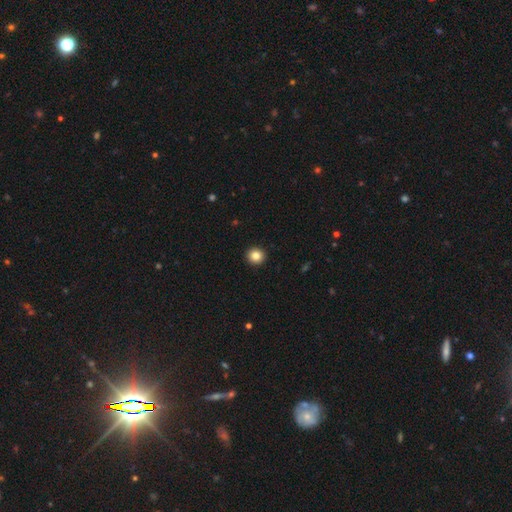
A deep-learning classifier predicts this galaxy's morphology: Smooth or featured?
  - smooth: 84% *
  - star or artifact: 10%
  - featured or disk: 6%
How rounded?
  - round: 92% *
  - in between: 7%
  - cigar-shaped: 1%
Merging?
  - none: 93% *
  - minor disturbance: 4%
  - major disturbance: 1%
  - merger: 1%